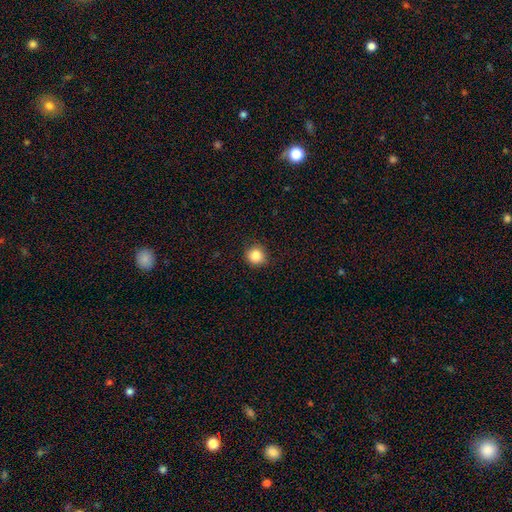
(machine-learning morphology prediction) This is clearly a smooth galaxy (87%). How rounded: clearly round (91%). Merging: clearly none (85%).